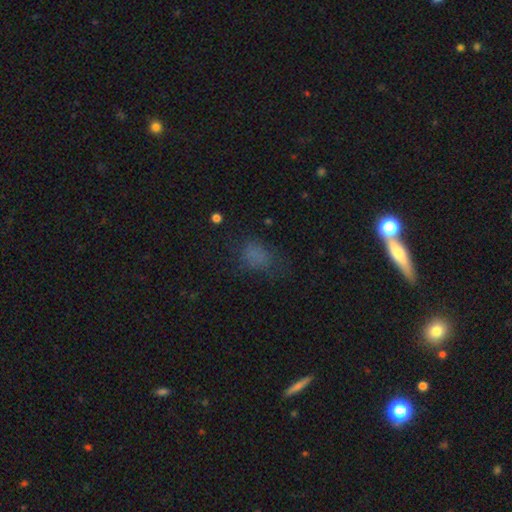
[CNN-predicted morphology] Smooth or featured? Predicted: smooth (p=0.68). How rounded? Predicted: in between (p=0.71). Merging? Predicted: none (p=0.55).